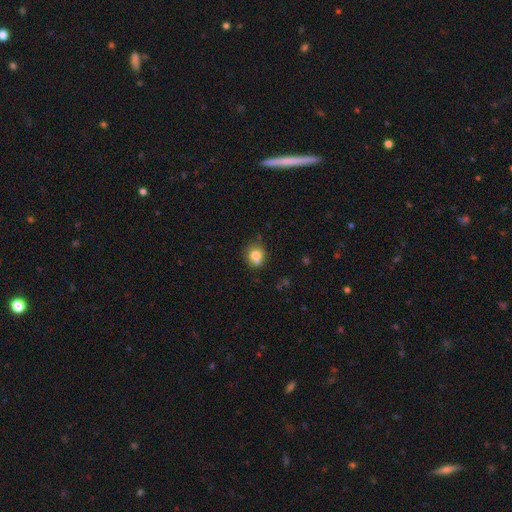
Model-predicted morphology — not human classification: This appears to be a smooth galaxy with no disk features (78%) that is round (81%). Merging: none (61%).